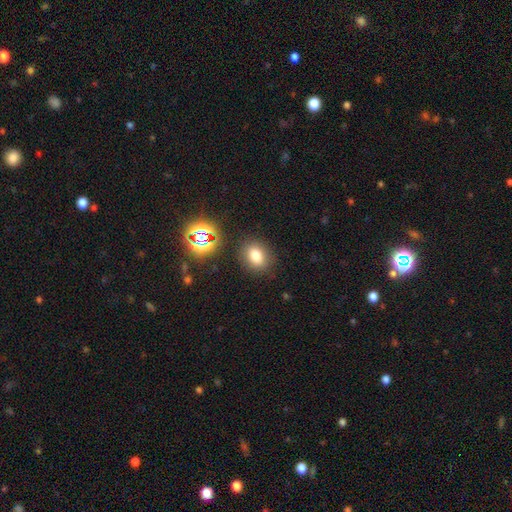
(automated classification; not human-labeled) This is likely a smooth galaxy (76%). How rounded: possibly in between (53%). Merging: clearly none (85%).